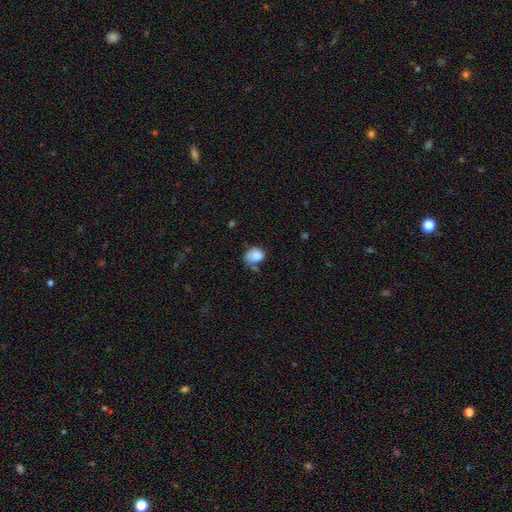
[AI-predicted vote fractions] Smooth or featured: smooth — 80% (featured or disk — 11%)
How rounded: round — 54% (in between — 45%)
Merging: none — 39% (minor disturbance — 31%)